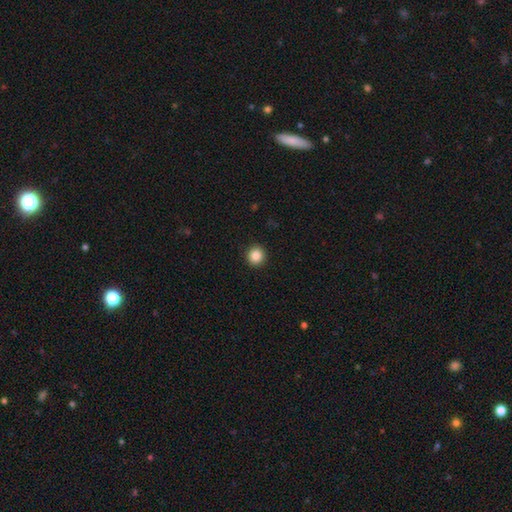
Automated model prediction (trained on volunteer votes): Smooth or featured? smooth (87%)
How rounded? round (92%)
Merging? none (92%)